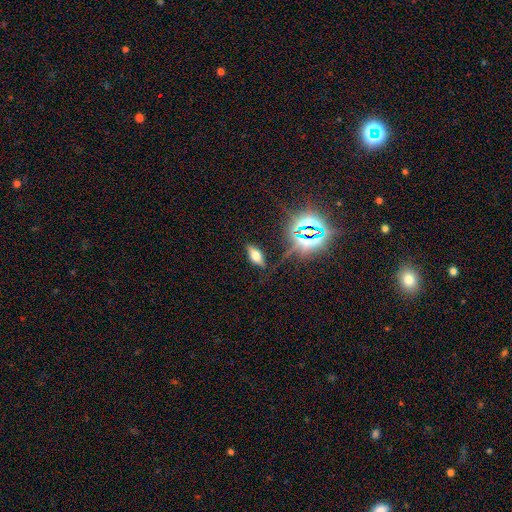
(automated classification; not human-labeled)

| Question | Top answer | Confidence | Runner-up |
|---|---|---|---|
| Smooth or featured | smooth | 47% | featured or disk (27%) |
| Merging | none | 81% | minor disturbance (12%) |